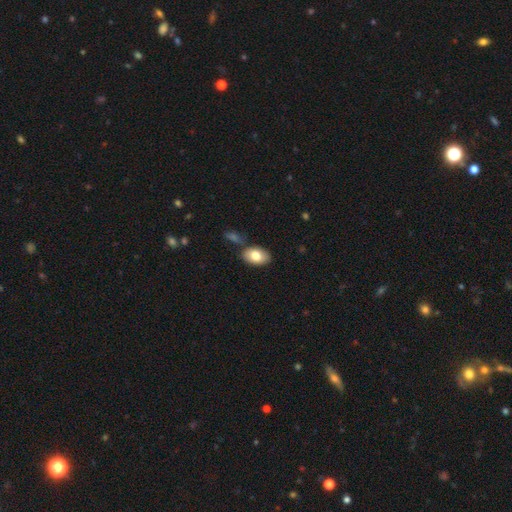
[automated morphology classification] Smooth or featured? Predicted: smooth (p=0.80). How rounded? Predicted: in between (p=0.91). Merging? Predicted: none (p=0.76).